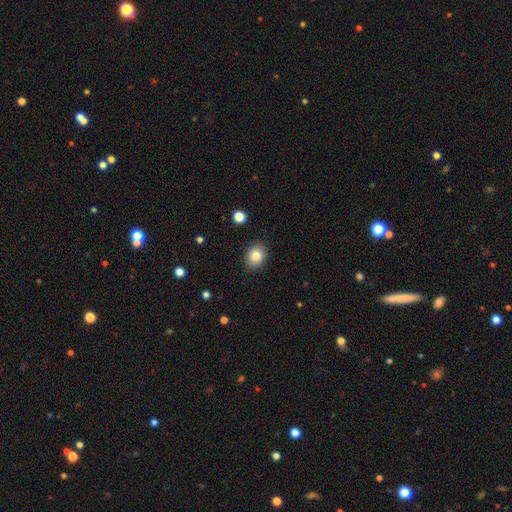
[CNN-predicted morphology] Smooth or featured? Predicted: smooth (p=0.84). How rounded? Predicted: in between (p=0.55). Merging? Predicted: none (p=0.88).